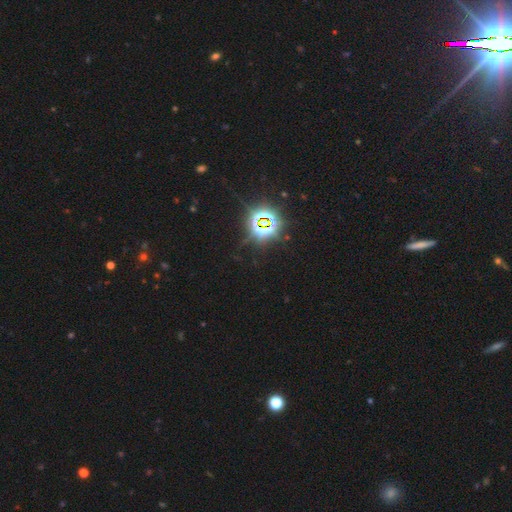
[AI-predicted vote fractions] This is clearly a star or artifact rather than a galaxy (83%).